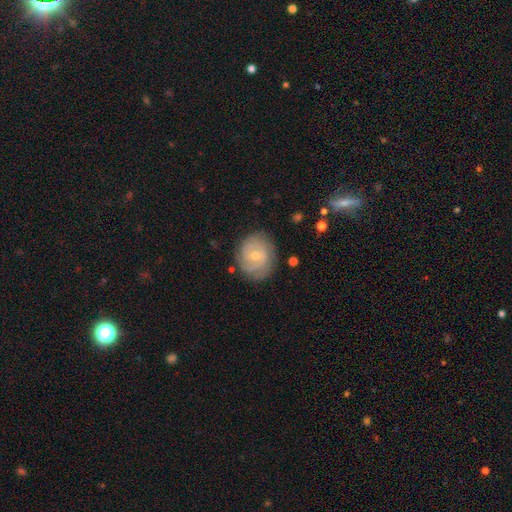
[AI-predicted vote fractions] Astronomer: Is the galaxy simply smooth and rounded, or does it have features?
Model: featured or disk — 65%.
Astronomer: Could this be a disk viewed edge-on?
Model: no — 97%.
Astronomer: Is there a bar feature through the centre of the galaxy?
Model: no — 60%.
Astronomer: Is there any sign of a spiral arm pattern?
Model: yes — 80%.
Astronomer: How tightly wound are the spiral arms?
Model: tight — 62%.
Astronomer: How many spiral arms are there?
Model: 2 — 45% (runner-up: can't tell, 33%).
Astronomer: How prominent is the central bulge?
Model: small — 49% (runner-up: moderate, 48%).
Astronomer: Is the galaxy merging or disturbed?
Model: none — 78%.